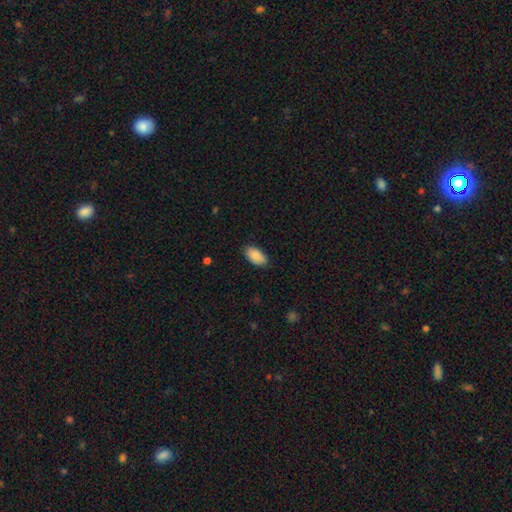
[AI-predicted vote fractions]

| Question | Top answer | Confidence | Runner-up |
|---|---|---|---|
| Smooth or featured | smooth | 89% | star or artifact (6%) |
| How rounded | in between | 95% | round (3%) |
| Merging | none | 85% | minor disturbance (11%) |